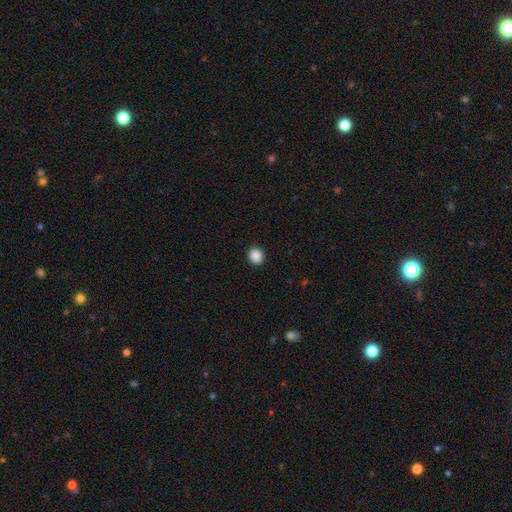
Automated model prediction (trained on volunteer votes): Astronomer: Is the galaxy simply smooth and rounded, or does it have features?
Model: smooth — 89%.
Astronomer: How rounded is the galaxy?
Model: round — 79%.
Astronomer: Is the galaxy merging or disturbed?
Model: none — 92%.